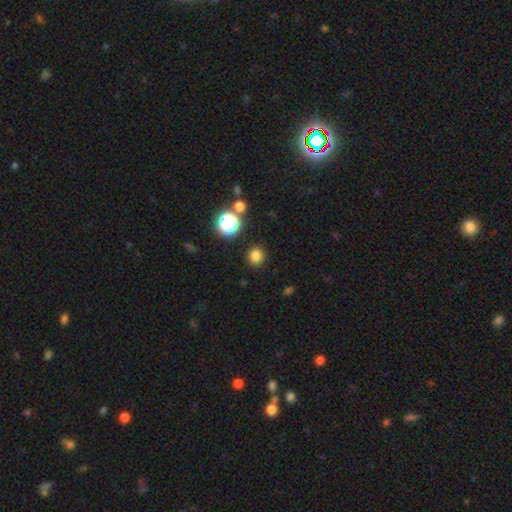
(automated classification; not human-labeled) Overall: smooth (80%). How rounded: round (86%). Merging: none (90%).